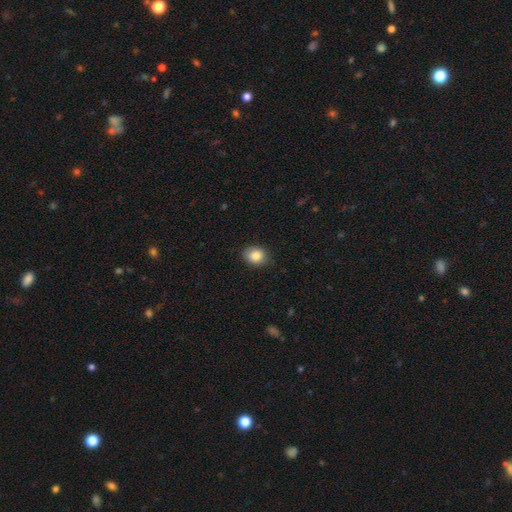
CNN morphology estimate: Smooth or featured? Predicted: smooth (p=0.86). How rounded? Predicted: in between (p=0.53). Merging? Predicted: none (p=0.82).